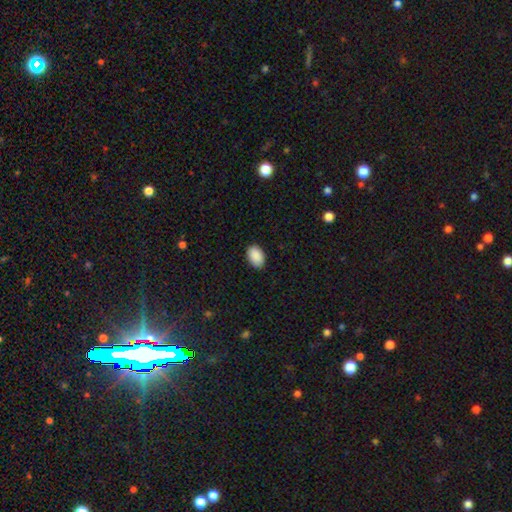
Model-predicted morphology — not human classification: Overall: smooth (91%). How rounded: in between (90%). Merging: none (88%).